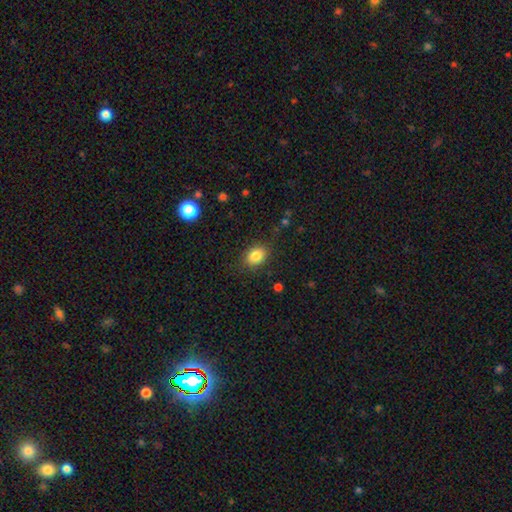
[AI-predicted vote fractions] The model was most divided on "how rounded": in between: 60%, round: 39%, cigar-shaped: 1%. More confident: smooth or featured — smooth (84%); merging — none (84%).